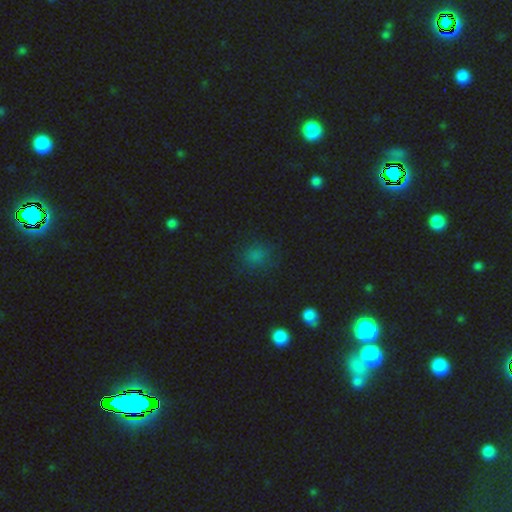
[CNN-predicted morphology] smooth_or_featured: smooth (p=0.71) [alt: star or artifact p=0.22]
how_rounded: round (p=0.72) [alt: in between p=0.27]
merging: none (p=0.78) [alt: minor disturbance p=0.15]